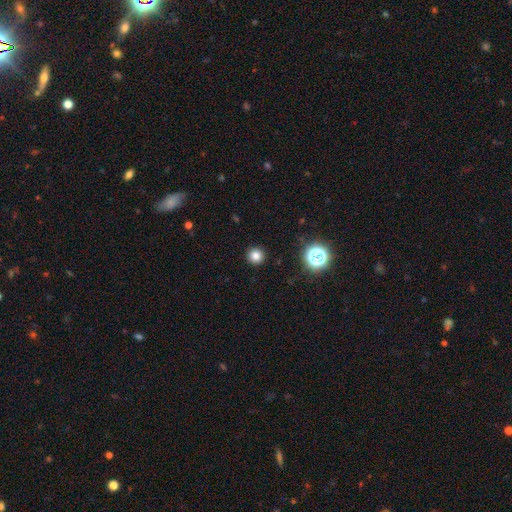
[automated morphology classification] Smooth or featured? Predicted: smooth (p=0.80). How rounded? Predicted: round (p=0.95). Merging? Predicted: none (p=0.93).